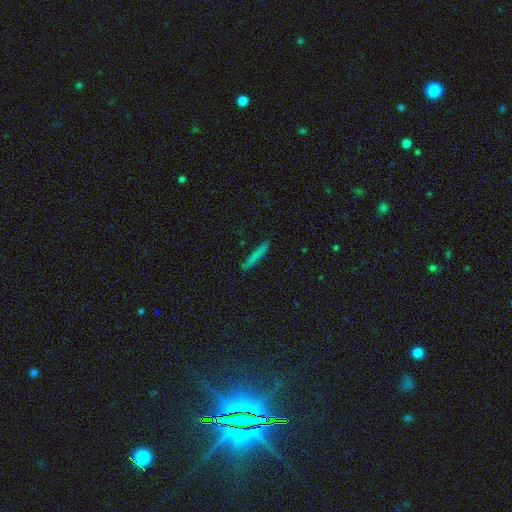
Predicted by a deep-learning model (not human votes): Smooth or featured: smooth — 73% (featured or disk — 18%)
How rounded: cigar-shaped — 95% (in between — 4%)
Merging: none — 88% (minor disturbance — 9%)